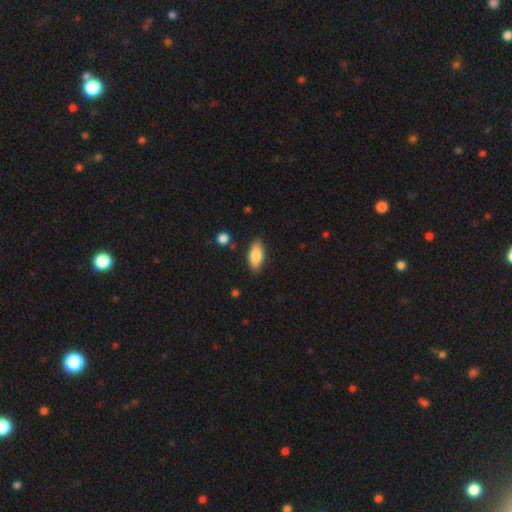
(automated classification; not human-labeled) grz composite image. It shows a smooth galaxy with no disk features (82%) that is in between round and cigar-shaped (81%). Merging: none (84%).